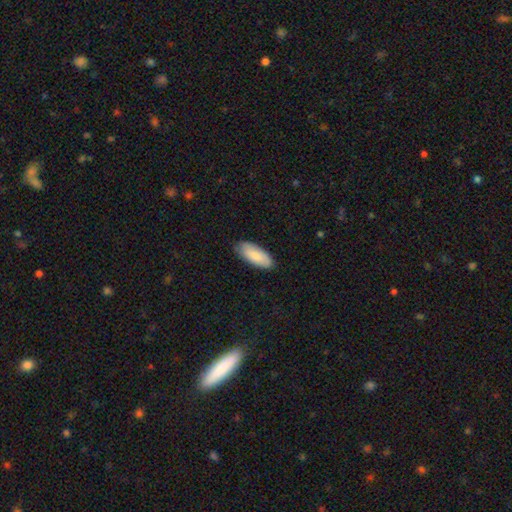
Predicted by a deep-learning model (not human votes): Smooth or featured: smooth — 84% (featured or disk — 11%)
How rounded: in between — 84% (cigar-shaped — 14%)
Merging: none — 84% (minor disturbance — 13%)